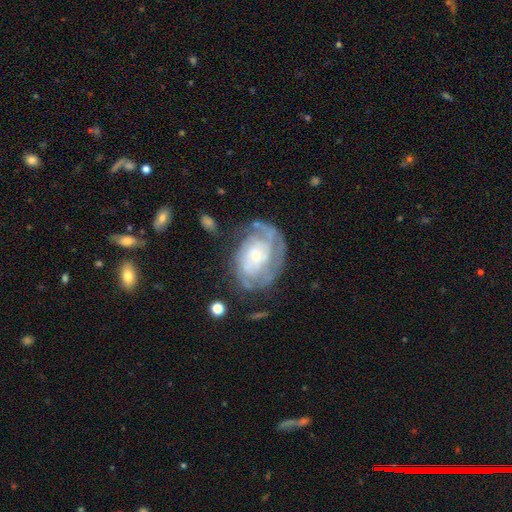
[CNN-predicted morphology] Smooth or featured: featured or disk — 80% (smooth — 14%)
Edge-on disk: no — 97% (yes — 3%)
Bar: no — 77% (weak — 18%)
Spiral arms: yes — 86% (no — 14%)
Spiral winding: tight — 65% (medium — 26%)
Spiral arm count: can't tell — 43% (2 — 27%)
Bulge size: small — 69% (moderate — 24%)
Merging: none — 59% (minor disturbance — 22%)